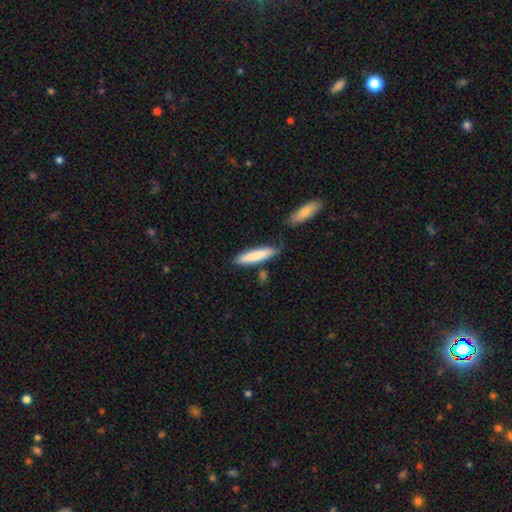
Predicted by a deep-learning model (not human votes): Smooth or featured?
  - smooth: 82% *
  - featured or disk: 13%
  - star or artifact: 5%
How rounded?
  - cigar-shaped: 78% *
  - in between: 20%
  - round: 1%
Merging?
  - none: 75% *
  - minor disturbance: 15%
  - merger: 7%
  - major disturbance: 3%